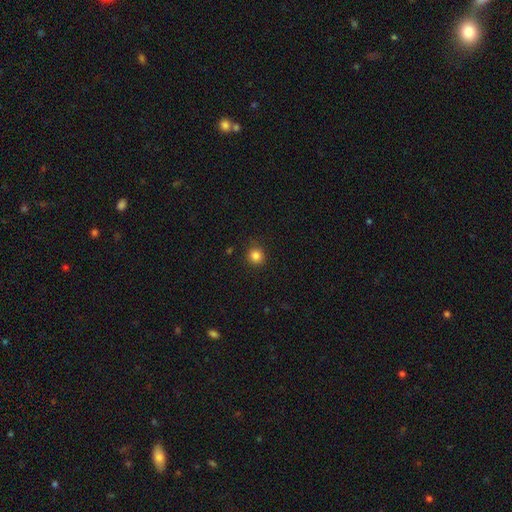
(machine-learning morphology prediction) This appears to be a smooth galaxy with no disk features (84%) that is round (92%). Merging: none (88%).